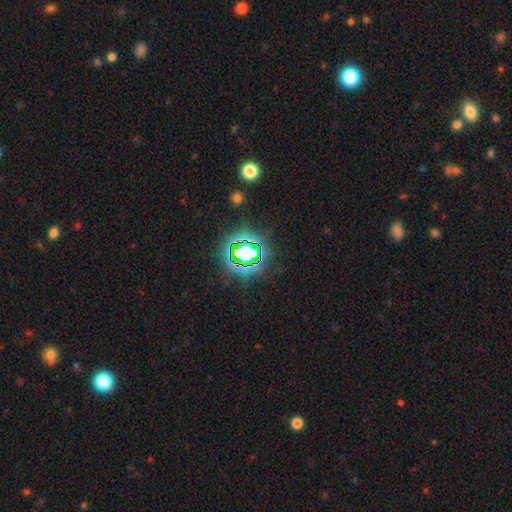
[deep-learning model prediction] smooth_or_featured: star or artifact (p=0.80) [alt: smooth p=0.13]